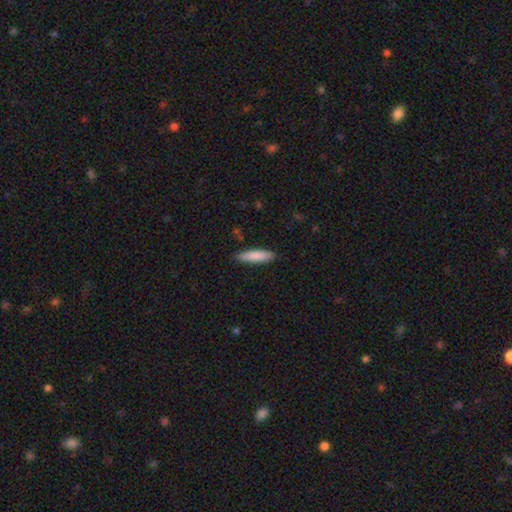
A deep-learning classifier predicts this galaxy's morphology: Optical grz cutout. It shows a smooth galaxy with no disk features (84%) that is cigar-shaped (73%). Merging: none (88%).